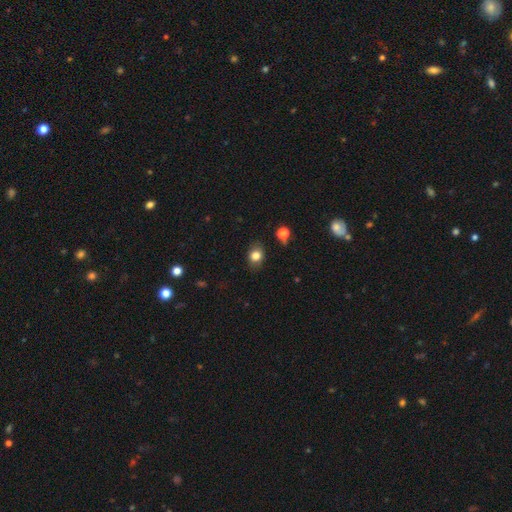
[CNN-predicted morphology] Overall: smooth (81%). How rounded: round (50%; in between 49%). Merging: none (83%).